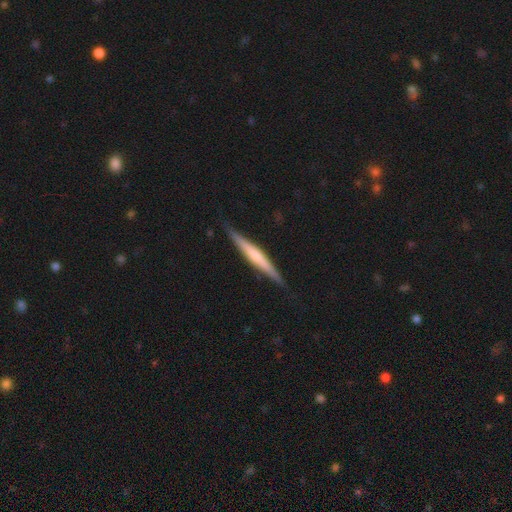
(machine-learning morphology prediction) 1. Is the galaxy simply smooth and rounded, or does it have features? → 61% featured or disk, 34% smooth, 5% star or artifact.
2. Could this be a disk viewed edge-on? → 97% yes, 3% no.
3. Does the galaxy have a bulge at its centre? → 49% rounded, 34% none, 16% boxy.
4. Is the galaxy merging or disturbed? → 88% none, 9% minor disturbance, 2% major disturbance, 1% merger.